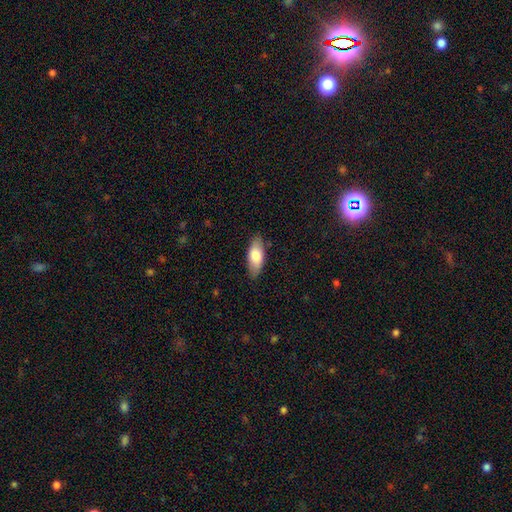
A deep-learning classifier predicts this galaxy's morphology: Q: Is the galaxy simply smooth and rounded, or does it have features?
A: smooth — 76%.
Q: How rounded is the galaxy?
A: in between — 82%.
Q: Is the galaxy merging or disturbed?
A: none — 84%.